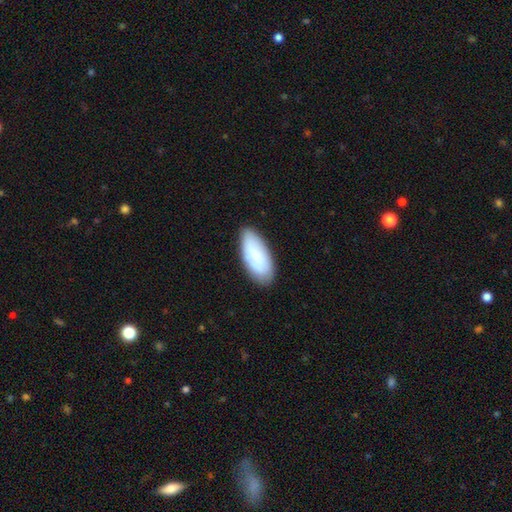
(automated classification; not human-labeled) Morphology: type=smooth (81%); roundness=in between (88%); merging=none (81%).